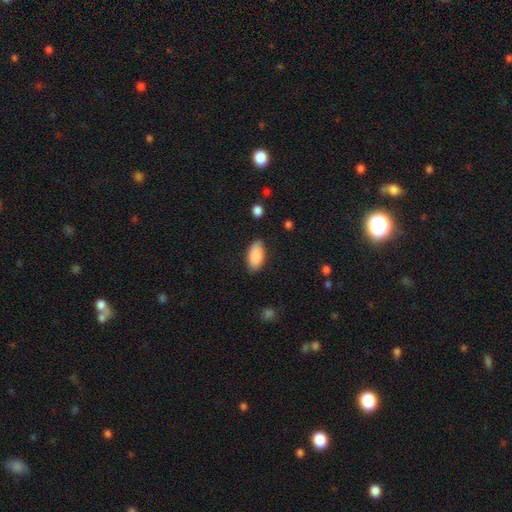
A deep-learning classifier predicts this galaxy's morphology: This is clearly a smooth galaxy (89%). How rounded: clearly in between (91%). Merging: clearly none (83%).